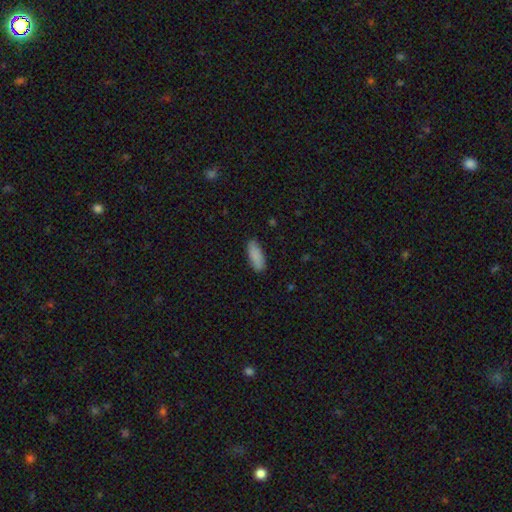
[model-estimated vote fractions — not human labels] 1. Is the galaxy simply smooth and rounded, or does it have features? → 88% smooth, 6% star or artifact, 6% featured or disk.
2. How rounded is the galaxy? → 73% in between, 25% cigar-shaped, 2% round.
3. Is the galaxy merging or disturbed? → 85% none, 12% minor disturbance, 2% major disturbance, 1% merger.